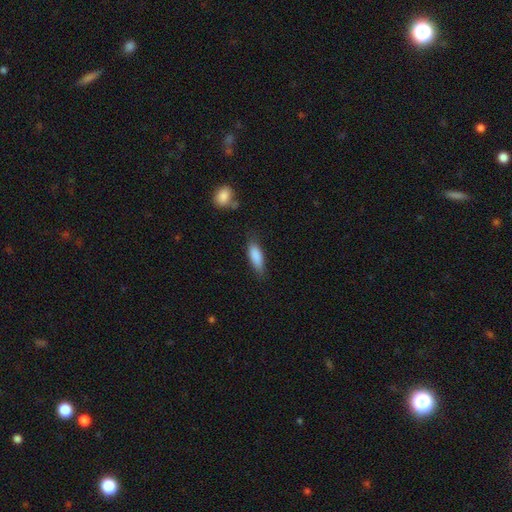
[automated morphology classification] This appears to be a smooth galaxy with no disk features (86%) that is in between round and cigar-shaped (61%). Merging: none (72%).